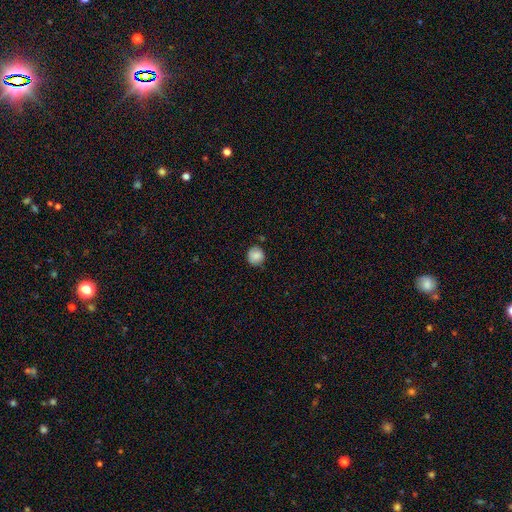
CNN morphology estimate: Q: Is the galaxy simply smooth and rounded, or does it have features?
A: smooth — 85%.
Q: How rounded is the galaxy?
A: round — 91%.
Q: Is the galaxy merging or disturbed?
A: none — 78%.